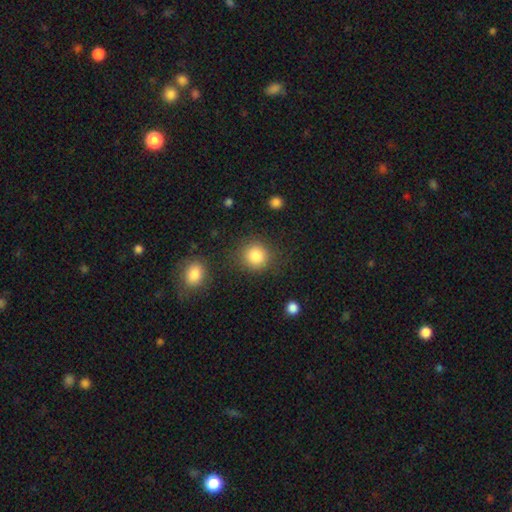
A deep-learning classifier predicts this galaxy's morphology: smooth-or-featured: smooth: 85% | star or artifact: 9% | featured or disk: 5%
  how-rounded: round: 88% | in between: 11% | cigar-shaped: 1%
  merging: none: 82% | minor disturbance: 10% | merger: 4% | major disturbance: 4%